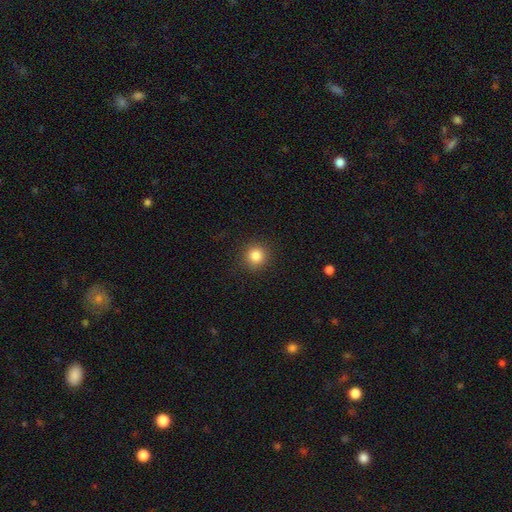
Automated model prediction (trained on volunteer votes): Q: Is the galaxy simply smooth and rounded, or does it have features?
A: smooth — 84%.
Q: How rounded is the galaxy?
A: round — 93%.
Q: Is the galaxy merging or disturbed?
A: none — 91%.